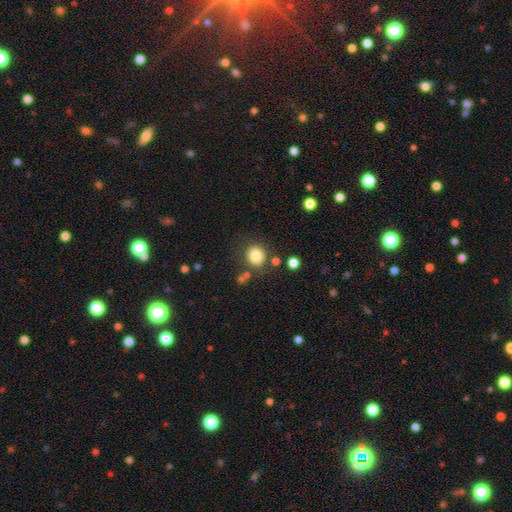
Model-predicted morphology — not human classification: This is clearly a smooth galaxy (82%). How rounded: clearly round (86%). Merging: clearly none (80%).